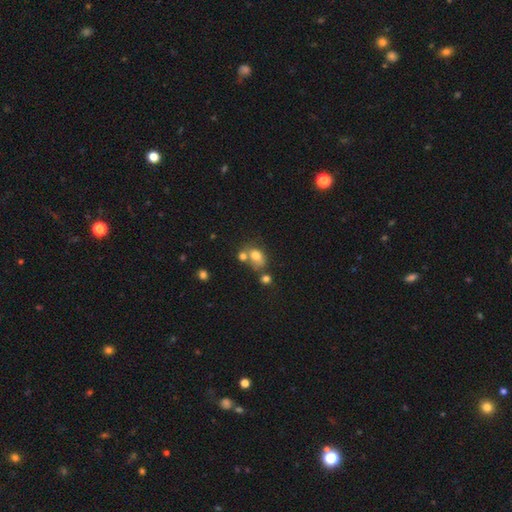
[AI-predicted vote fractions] This appears to be a smooth galaxy with no disk features (74%) that is in between round and cigar-shaped (66%). Merging: none (40%).